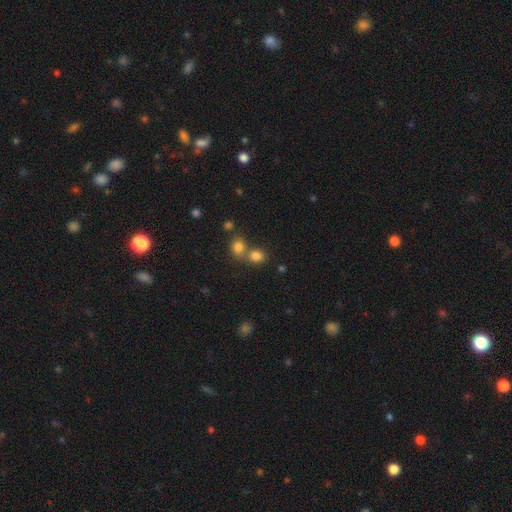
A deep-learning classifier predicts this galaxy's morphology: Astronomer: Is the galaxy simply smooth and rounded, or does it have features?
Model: smooth — 80%.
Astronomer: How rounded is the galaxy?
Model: round — 67%.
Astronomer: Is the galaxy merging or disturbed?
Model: none — 45%, tied with merger at 45%.